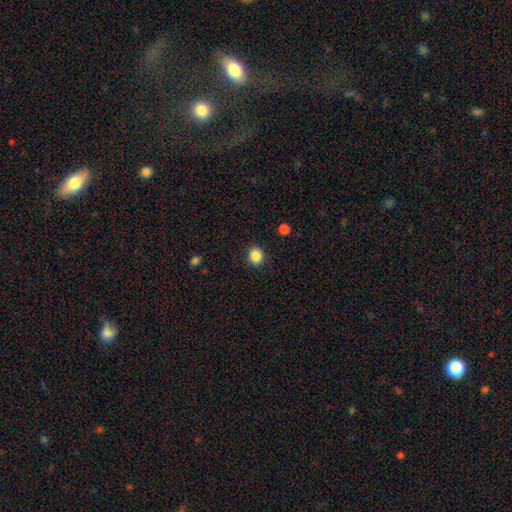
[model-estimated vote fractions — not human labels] A smooth galaxy with no disk features (87%) that is round (80%).

Vote fractions:
- Smooth or featured? smooth: 87% / star or artifact: 10% / featured or disk: 3%
- How rounded? round: 80% / in between: 19% / cigar-shaped: 1%
- Merging? none: 90% / minor disturbance: 6% / major disturbance: 2% / merger: 1%